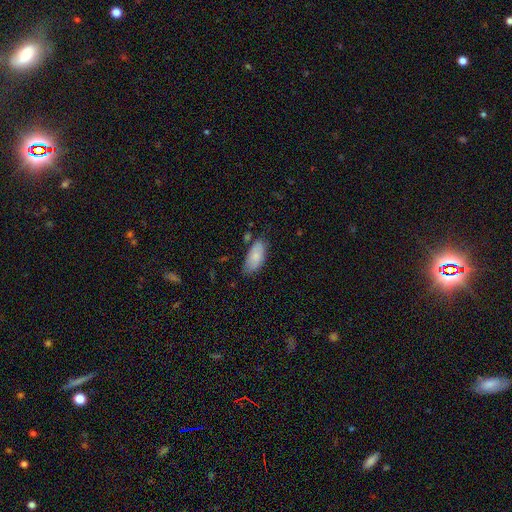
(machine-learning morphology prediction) The model was most divided on "merging": none: 68%, minor disturbance: 23%, major disturbance: 4%, merger: 4%. More confident: how rounded — in between (92%); smooth or featured — smooth (80%).